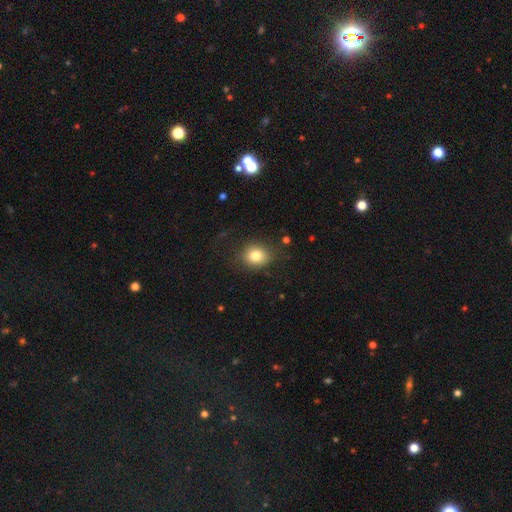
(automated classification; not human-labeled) A smooth galaxy with no disk features (81%) that is round (68%). Merging: none (82%).